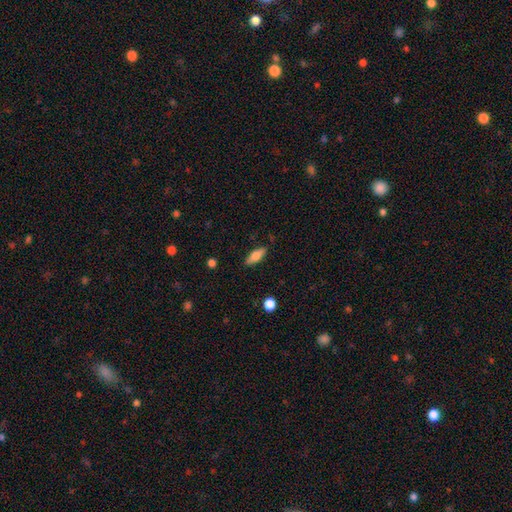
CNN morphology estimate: Smooth or featured? smooth (71%)
How rounded? in between (59%)
Merging? none (85%)